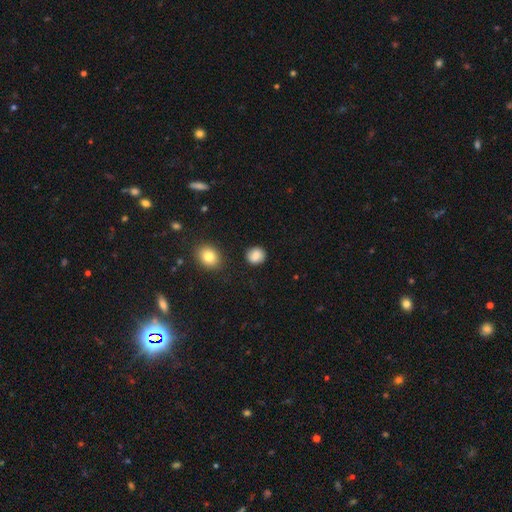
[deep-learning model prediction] Smooth or featured? smooth (85%)
How rounded? round (84%)
Merging? none (86%)